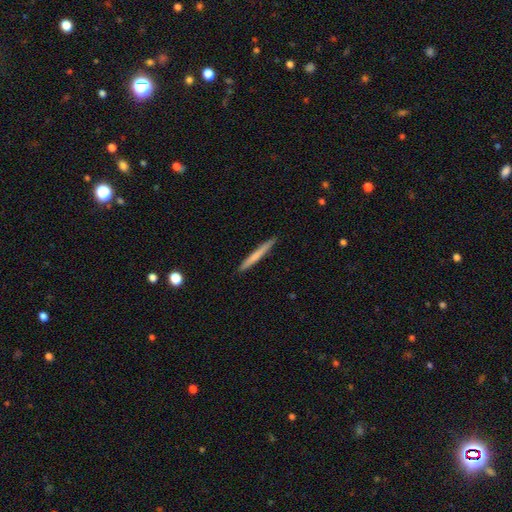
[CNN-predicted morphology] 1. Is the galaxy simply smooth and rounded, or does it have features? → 64% smooth, 31% featured or disk, 5% star or artifact.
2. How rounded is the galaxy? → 97% cigar-shaped, 2% in between, 1% round.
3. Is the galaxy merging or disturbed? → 91% none, 6% minor disturbance, 1% major disturbance, 1% merger.